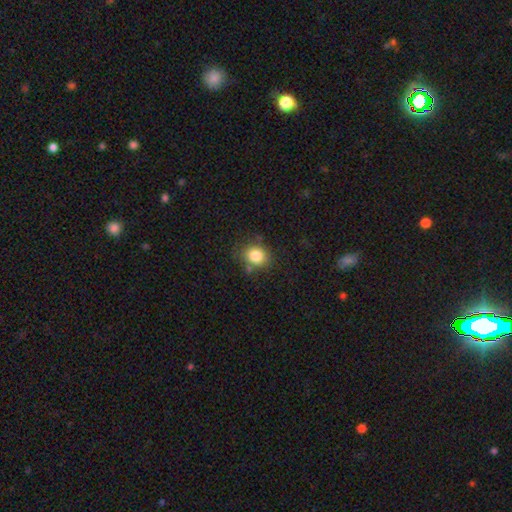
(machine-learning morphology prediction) type=smooth (83%); roundness=round (65%); merging=none (76%).